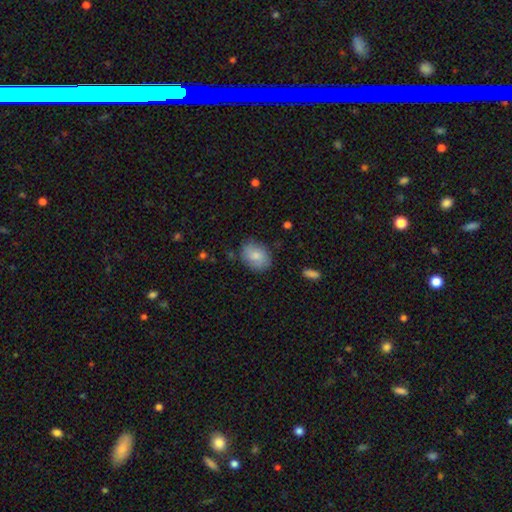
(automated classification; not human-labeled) Smooth or featured?
  - smooth: 77% *
  - featured or disk: 16%
  - star or artifact: 7%
How rounded?
  - in between: 67% *
  - round: 32%
  - cigar-shaped: 1%
Merging?
  - none: 75% *
  - minor disturbance: 19%
  - major disturbance: 4%
  - merger: 2%